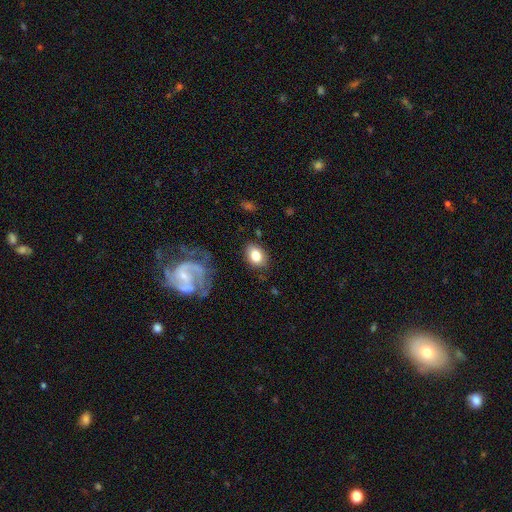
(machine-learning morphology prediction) A smooth galaxy with no disk features (77%) that is in between round and cigar-shaped (76%).

Vote fractions:
- Smooth or featured? smooth: 77% / featured or disk: 15% / star or artifact: 7%
- How rounded? in between: 76% / round: 23% / cigar-shaped: 1%
- Merging? none: 80% / minor disturbance: 13% / major disturbance: 5% / merger: 2%